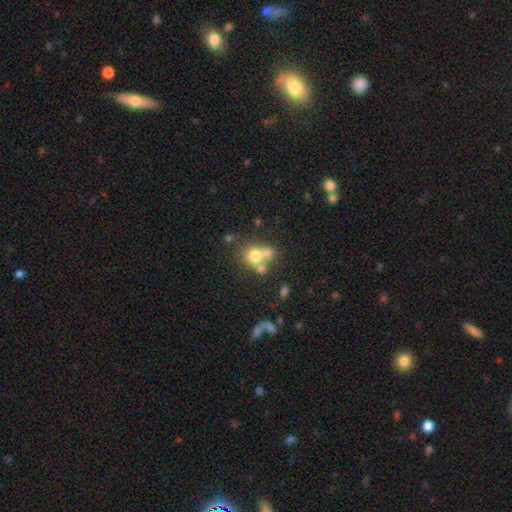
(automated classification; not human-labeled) smooth-or-featured: smooth: 67% | featured or disk: 21% | star or artifact: 13%
  how-rounded: round: 74% | in between: 25% | cigar-shaped: 1%
  merging: merger: 45% | none: 38% | minor disturbance: 10% | major disturbance: 7%